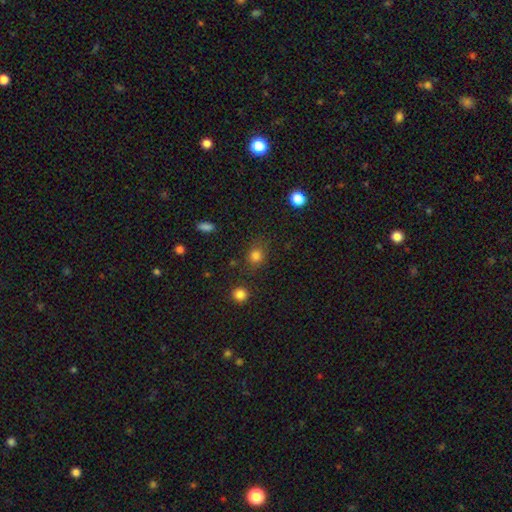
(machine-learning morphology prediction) smooth_or_featured: smooth (p=0.79) [alt: star or artifact p=0.15]
how_rounded: round (p=0.75) [alt: in between p=0.24]
merging: none (p=0.78) [alt: minor disturbance p=0.14]